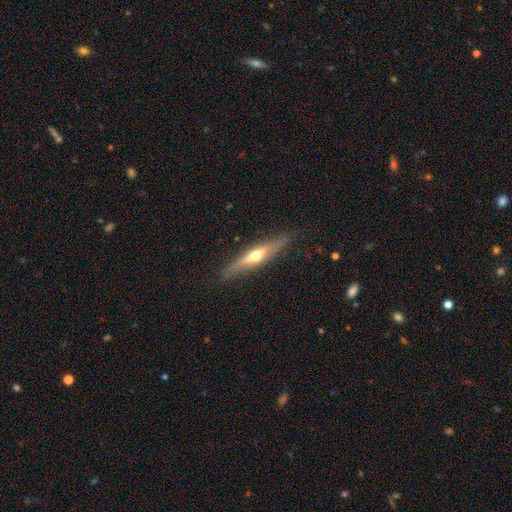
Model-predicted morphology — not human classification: Smooth or featured: featured or disk — 60% (smooth — 34%)
Edge-on disk: yes — 91% (no — 9%)
Edge-on bulge: rounded — 84% (none — 10%)
Merging: none — 86% (minor disturbance — 10%)